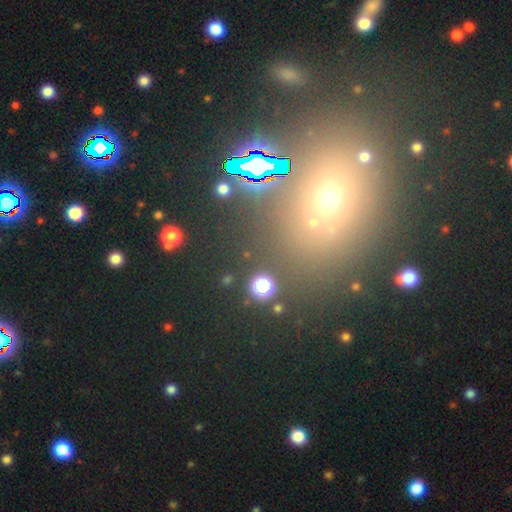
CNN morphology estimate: Smooth or featured? Predicted: star or artifact (p=0.46).